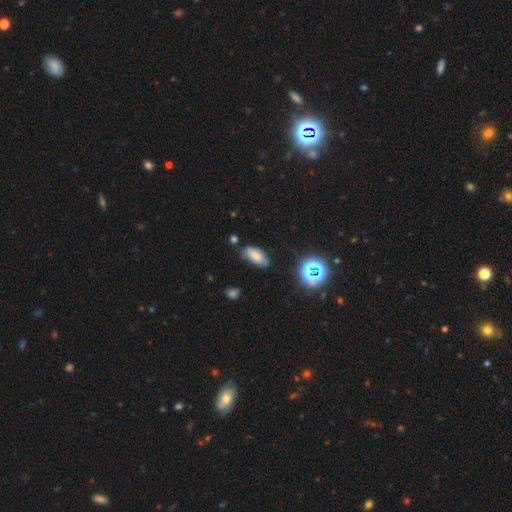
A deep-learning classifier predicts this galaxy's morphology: This appears to be a smooth galaxy with no disk features (74%) that is in between round and cigar-shaped (88%). Merging: none (67%).